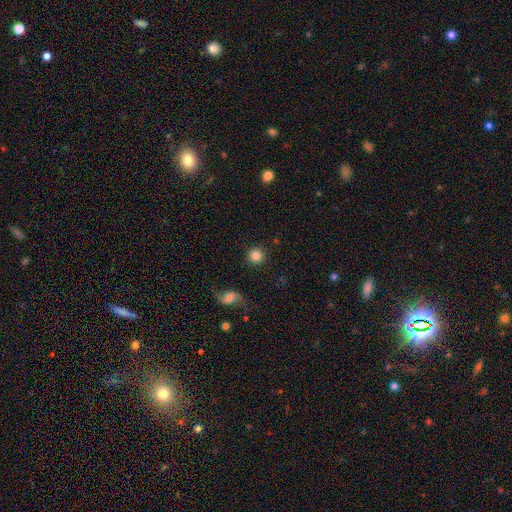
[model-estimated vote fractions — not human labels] Smooth or featured: smooth — 82% (featured or disk — 9%)
How rounded: round — 95% (in between — 4%)
Merging: none — 90% (minor disturbance — 6%)